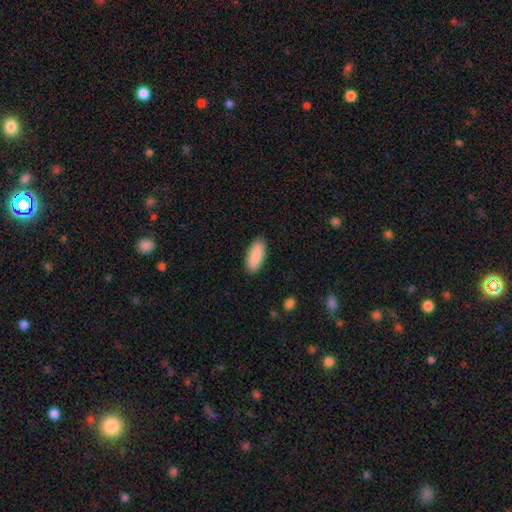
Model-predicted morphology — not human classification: type=smooth (89%); roundness=in between (78%); merging=none (88%).